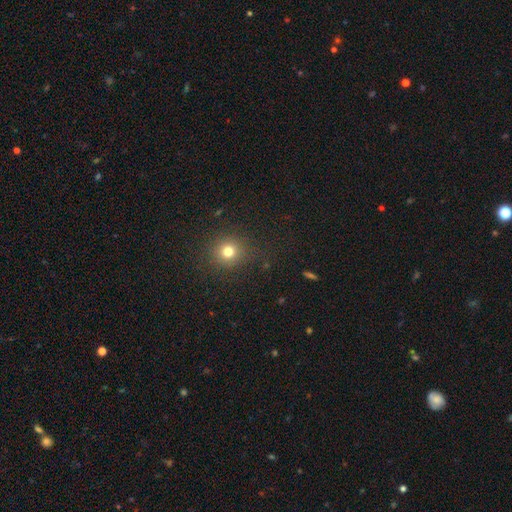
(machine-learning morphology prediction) Smooth or featured: smooth — 62% (star or artifact — 32%)
How rounded: round — 88% (in between — 11%)
Merging: none — 89% (minor disturbance — 7%)